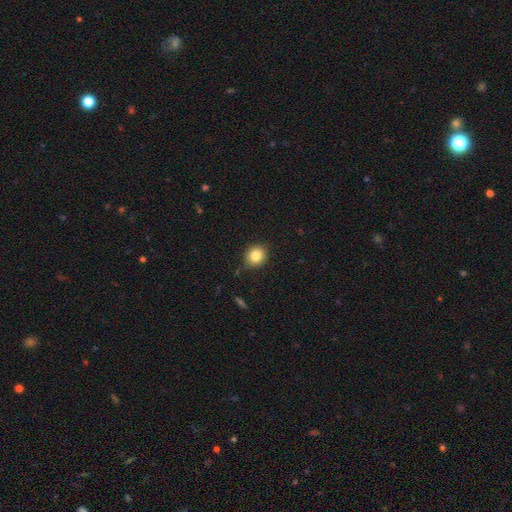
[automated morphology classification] type=smooth (83%); roundness=round (83%); merging=none (86%).